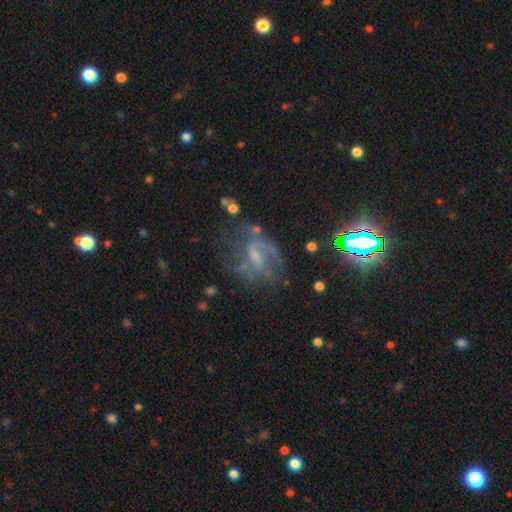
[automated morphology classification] smooth-or-featured: featured or disk: 64% | star or artifact: 21% | smooth: 15%
  disk-edge-on: no: 96% | yes: 4%
    bar: weak: 49% | no: 34% | strong: 17%
    has-spiral-arms: yes: 78% | no: 22%
    bulge-size: small: 48% | moderate: 27% | none: 21% | large: 3% | dominant: 1%
  merging: none: 51% | major disturbance: 24% | minor disturbance: 20% | merger: 4%